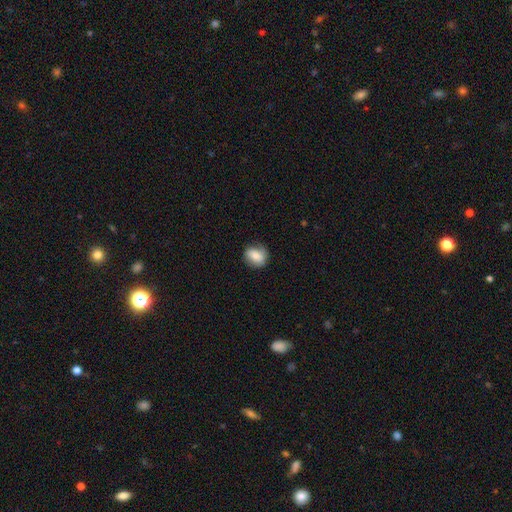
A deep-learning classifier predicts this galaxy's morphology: This is likely a smooth galaxy (73%). How rounded: likely round (60%). Merging: likely none (69%).